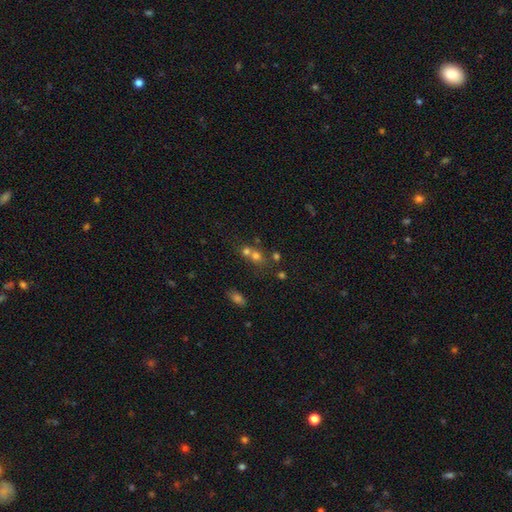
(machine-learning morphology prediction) smooth-or-featured: smooth: 65% | star or artifact: 19% | featured or disk: 16%
  how-rounded: round: 76% | in between: 23% | cigar-shaped: 2%
  merging: merger: 53% | none: 36% | minor disturbance: 7% | major disturbance: 4%